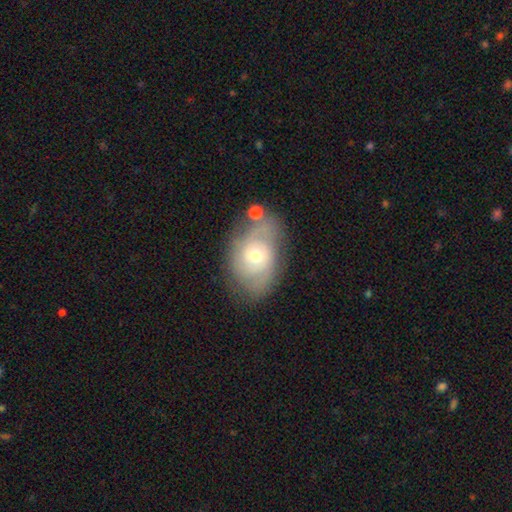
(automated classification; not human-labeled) The model was most divided on "spiral arm count": 2: 46%, can't tell: 32%, 3: 12%, 1: 4%, 4: 3%, more than 4: 3%. More confident: edge-on disk — no (95%); spiral arms — yes (83%); bar — no (75%); smooth or featured — featured or disk (67%); merging — none (64%); bulge size — moderate (62%); spiral winding — tight (54%).